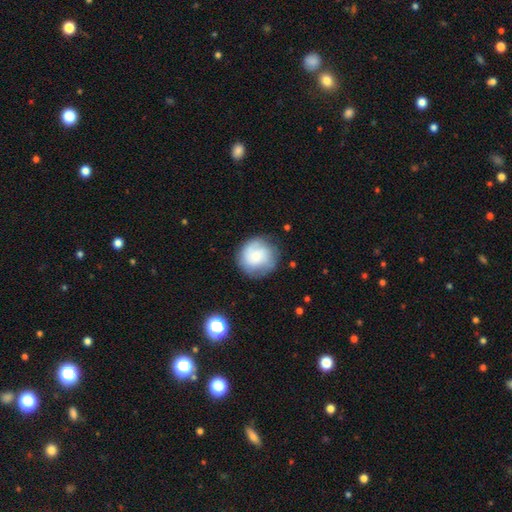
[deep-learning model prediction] This appears to be a smooth galaxy with no disk features (60%) that is round (92%). Merging: none (76%).